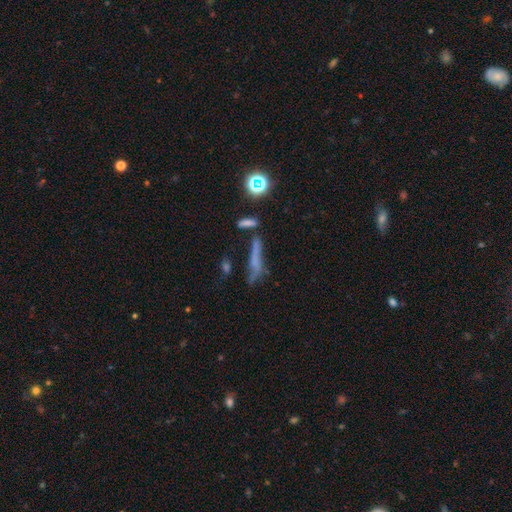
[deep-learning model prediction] Smooth or featured: featured or disk — 39% (smooth — 37%)
Merging: none — 52% (minor disturbance — 18%)